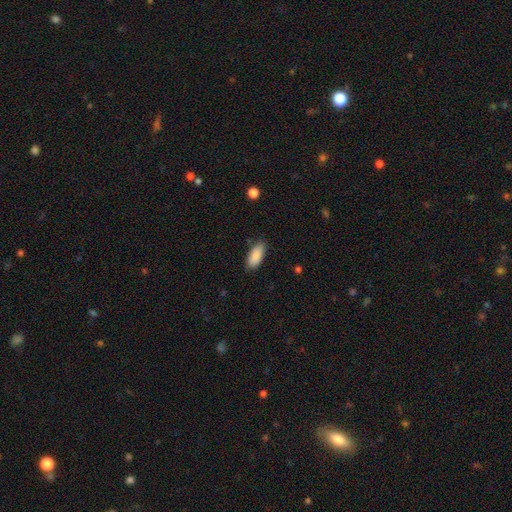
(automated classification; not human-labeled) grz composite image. It shows a smooth galaxy with no disk features (89%) that is in between round and cigar-shaped (86%). Merging: none (84%).